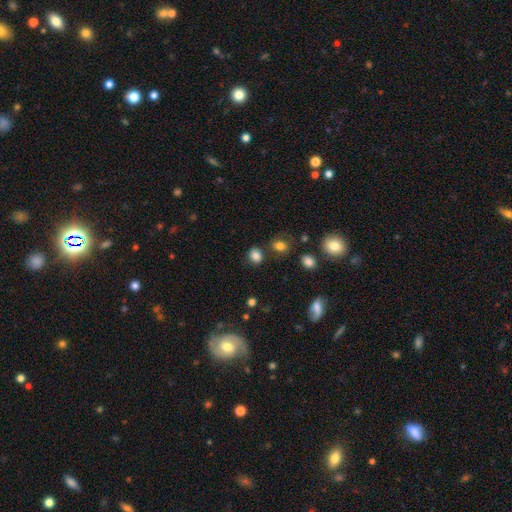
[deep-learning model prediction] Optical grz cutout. It shows a smooth galaxy with no disk features (84%) that is round (54%). Merging: none (79%).